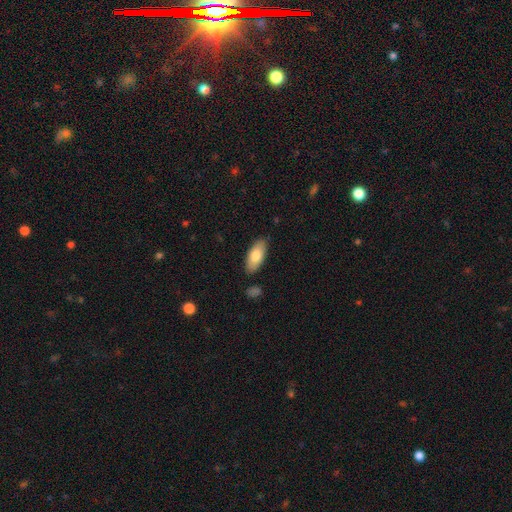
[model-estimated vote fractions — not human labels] A smooth galaxy with no disk features (78%) that is in between round and cigar-shaped (87%). Merging: none (85%).